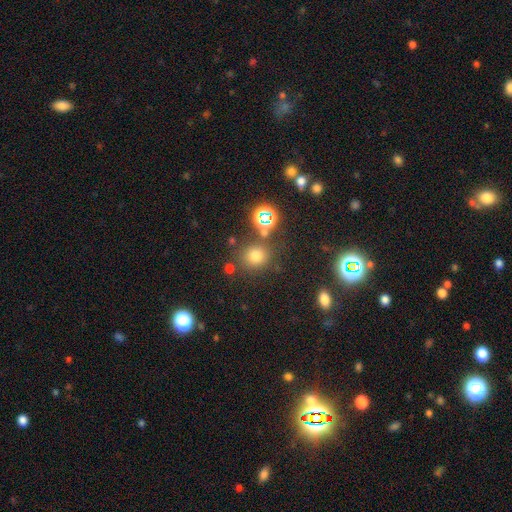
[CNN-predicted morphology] smooth_or_featured: smooth (p=0.66) [alt: star or artifact p=0.27]
how_rounded: round (p=0.84) [alt: in between p=0.15]
merging: none (p=0.78) [alt: minor disturbance p=0.10]